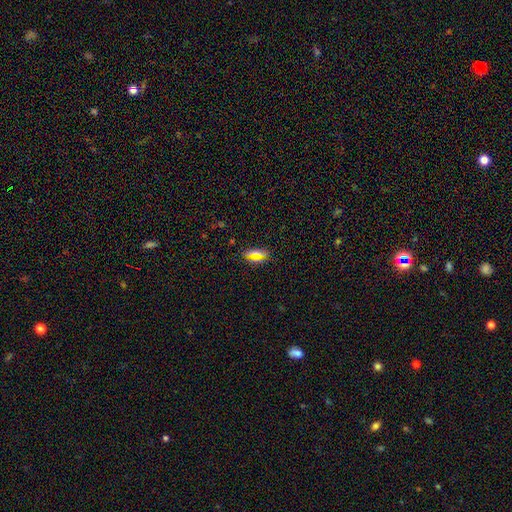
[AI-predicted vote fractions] Smooth or featured? Predicted: smooth (p=0.61). How rounded? Predicted: in between (p=0.79). Merging? Predicted: none (p=0.82).